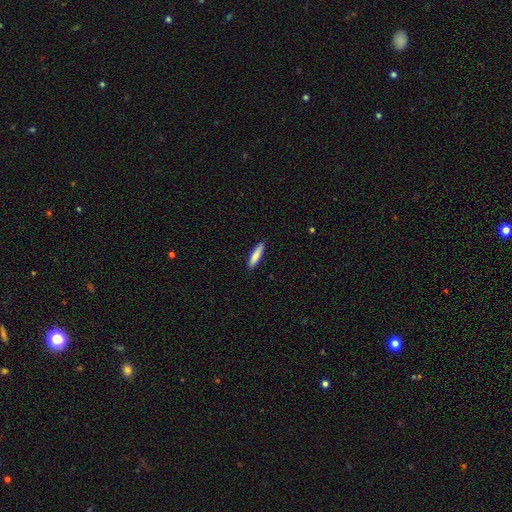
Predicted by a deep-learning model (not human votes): Overall: smooth (82%). How rounded: cigar-shaped (83%). Merging: none (90%).